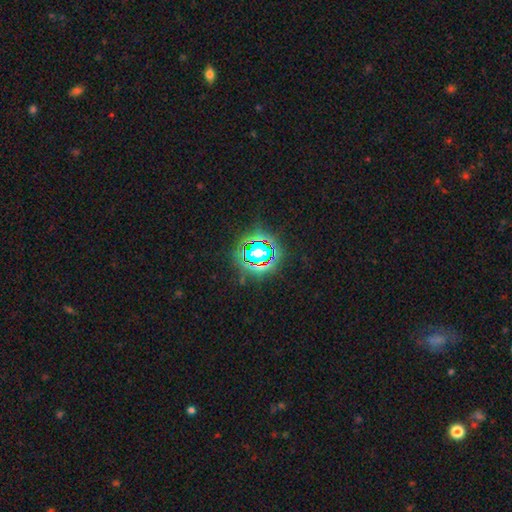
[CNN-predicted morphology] Q: Smooth or featured?
A: star or artifact (68%); runner-up: smooth (20%)